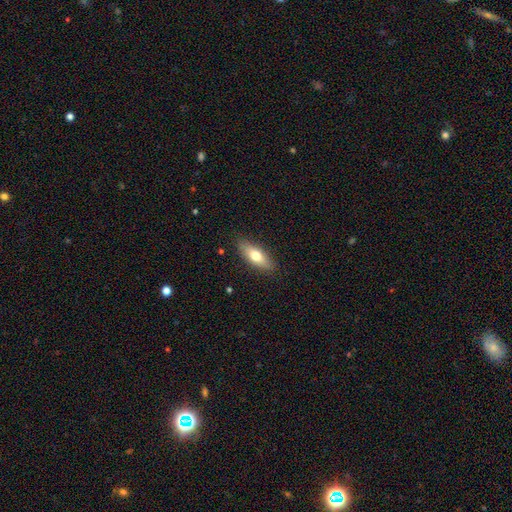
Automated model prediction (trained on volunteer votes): Morphology: type=smooth (69%); roundness=in between (65%); merging=none (87%).